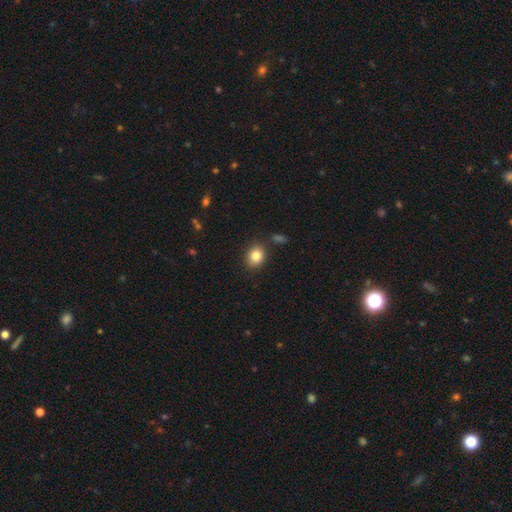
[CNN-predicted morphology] The model was most divided on "how rounded": round: 56%, in between: 43%, cigar-shaped: 1%. More confident: merging — none (84%); smooth or featured — smooth (83%).